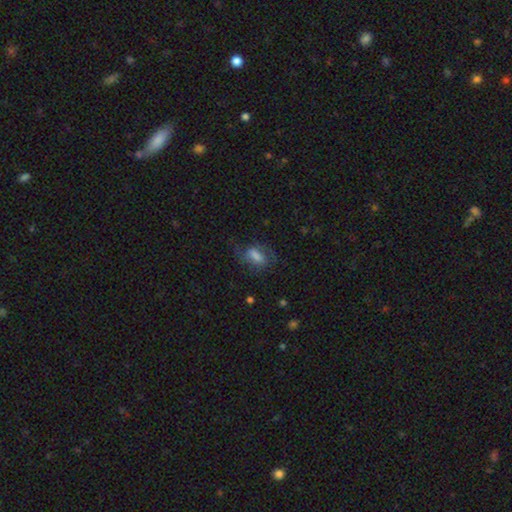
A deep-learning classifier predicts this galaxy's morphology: This appears to be a smooth galaxy with no disk features (53%) that is in between round and cigar-shaped (80%). Merging: none (55%).